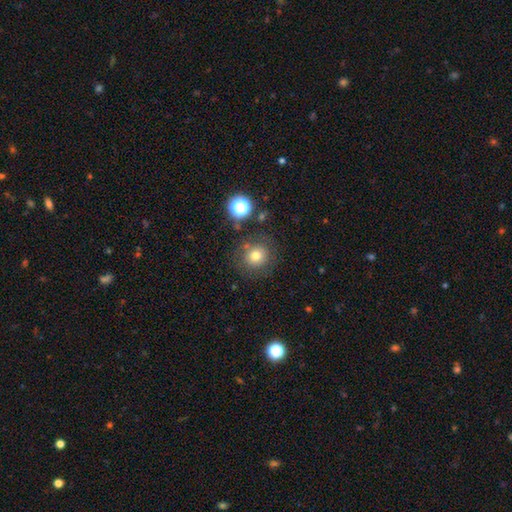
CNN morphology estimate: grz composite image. It shows a smooth galaxy with no disk features (76%) that is round (89%). Merging: none (79%).